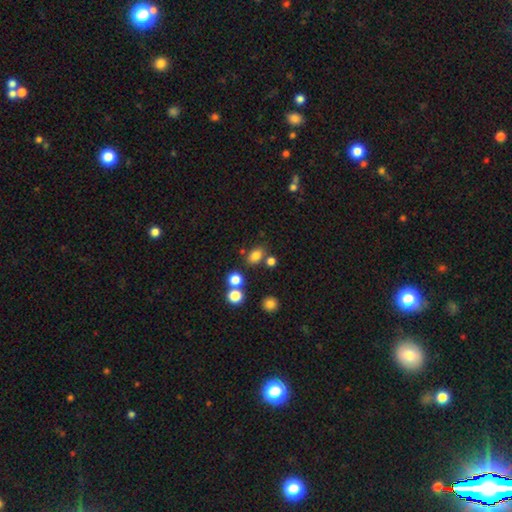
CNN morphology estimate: Smooth or featured: smooth — 79% (star or artifact — 14%)
How rounded: in between — 75% (round — 24%)
Merging: none — 73% (merger — 12%)